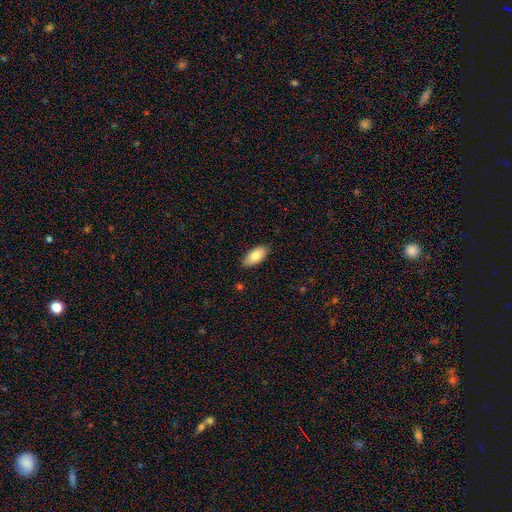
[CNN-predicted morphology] This is clearly a smooth galaxy (82%). How rounded: clearly in between (91%). Merging: clearly none (87%).